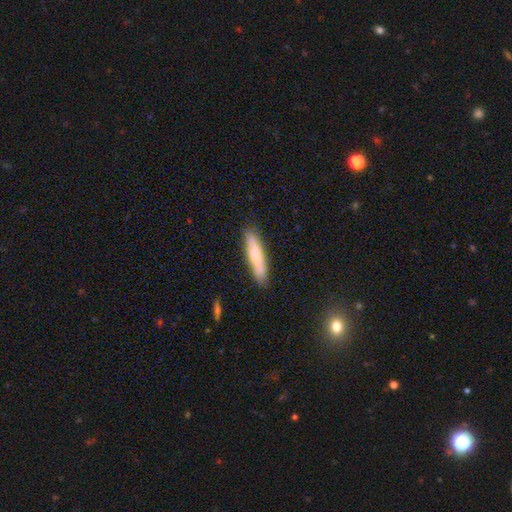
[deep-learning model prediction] Smooth or featured: smooth — 71% (featured or disk — 22%)
How rounded: cigar-shaped — 83% (in between — 15%)
Merging: none — 84% (minor disturbance — 12%)